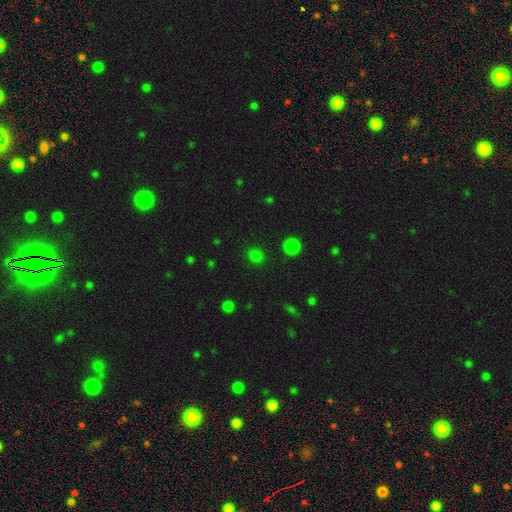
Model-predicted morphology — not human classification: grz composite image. It shows a smooth galaxy with no disk features (77%) that is round (80%). Merging: none (88%).